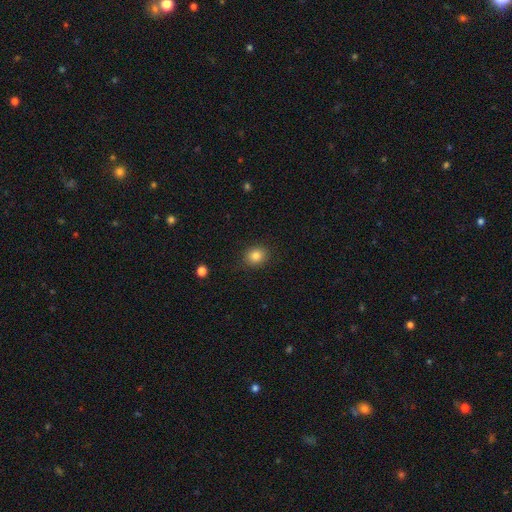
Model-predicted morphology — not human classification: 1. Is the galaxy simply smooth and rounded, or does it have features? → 83% smooth, 10% star or artifact, 6% featured or disk.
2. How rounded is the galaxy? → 68% round, 31% in between, 1% cigar-shaped.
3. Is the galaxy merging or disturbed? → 87% none, 9% minor disturbance, 3% major disturbance, 1% merger.